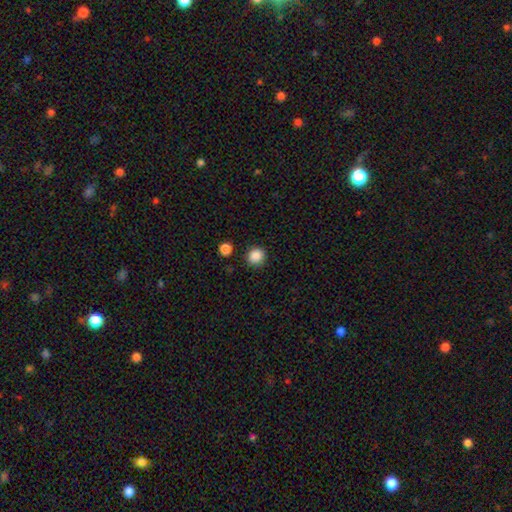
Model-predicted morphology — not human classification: Smooth or featured?
  - smooth: 87% *
  - star or artifact: 10%
  - featured or disk: 3%
How rounded?
  - round: 90% *
  - in between: 9%
  - cigar-shaped: 1%
Merging?
  - none: 89% *
  - minor disturbance: 6%
  - merger: 2%
  - major disturbance: 2%